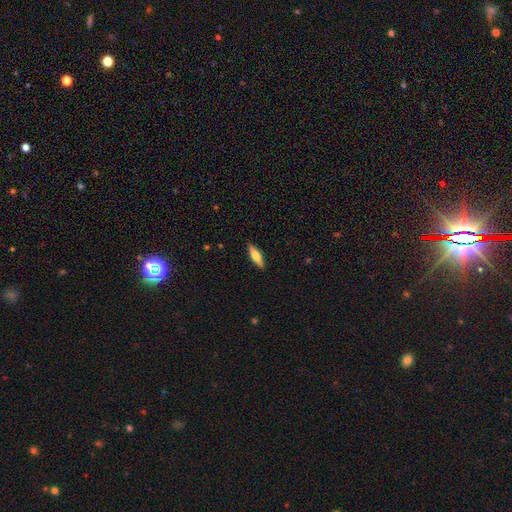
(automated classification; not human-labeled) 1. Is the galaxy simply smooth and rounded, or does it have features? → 59% smooth, 36% featured or disk, 6% star or artifact.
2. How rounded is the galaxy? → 60% cigar-shaped, 37% in between, 2% round.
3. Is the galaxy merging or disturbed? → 90% none, 8% minor disturbance, 2% major disturbance, 1% merger.